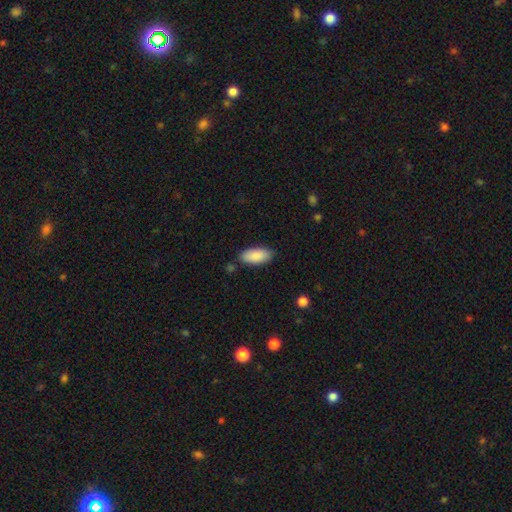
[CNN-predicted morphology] Smooth or featured: smooth — 89% (star or artifact — 6%)
How rounded: in between — 88% (cigar-shaped — 10%)
Merging: none — 83% (minor disturbance — 12%)